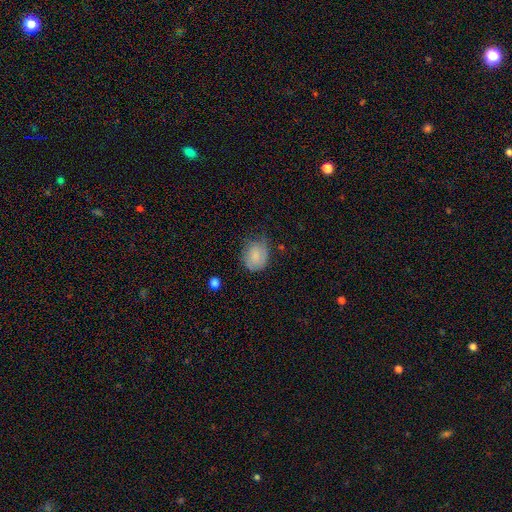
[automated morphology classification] smooth_or_featured: smooth (p=0.73) [alt: featured or disk p=0.19]
how_rounded: round (p=0.54) [alt: in between p=0.45]
merging: none (p=0.50) [alt: minor disturbance p=0.37]